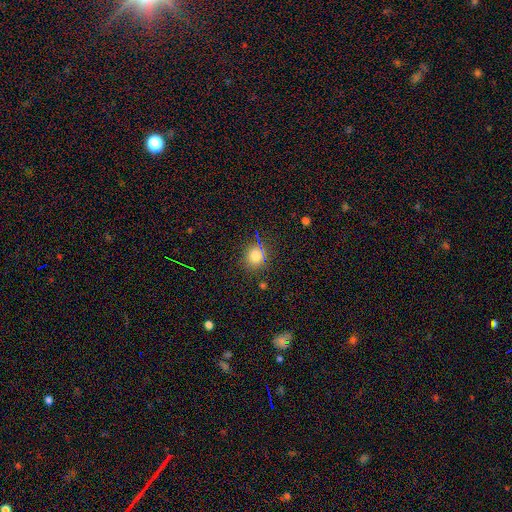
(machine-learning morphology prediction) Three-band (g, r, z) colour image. It shows a smooth galaxy with no disk features (73%) that is round (86%). Merging: none (85%).